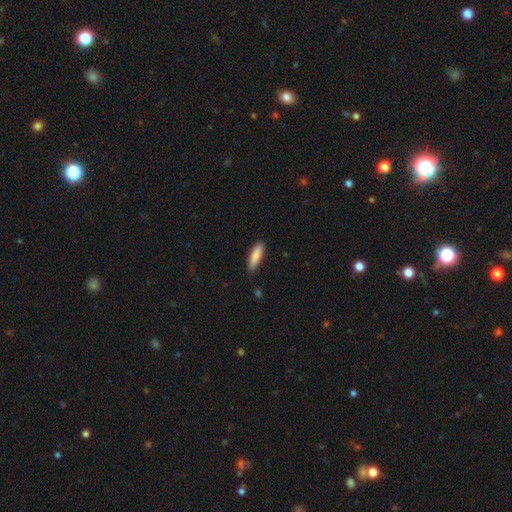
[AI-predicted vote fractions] A smooth galaxy with no disk features (86%) that is cigar-shaped (59%).

Vote fractions:
- Smooth or featured? smooth: 86% / featured or disk: 9% / star or artifact: 6%
- How rounded? cigar-shaped: 59% / in between: 39% / round: 2%
- Merging? none: 85% / minor disturbance: 12% / major disturbance: 2% / merger: 1%